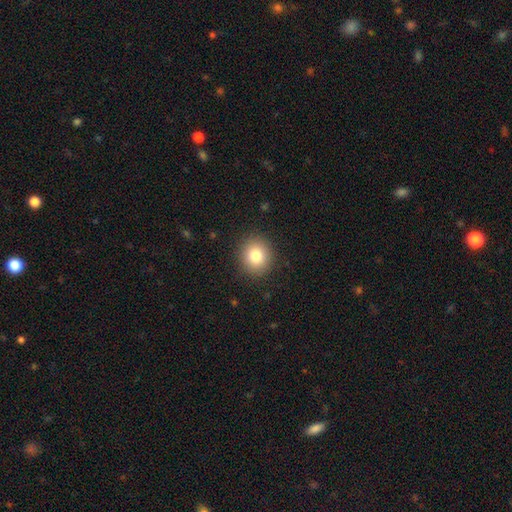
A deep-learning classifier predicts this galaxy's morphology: Smooth or featured? smooth (81%)
How rounded? round (86%)
Merging? none (90%)